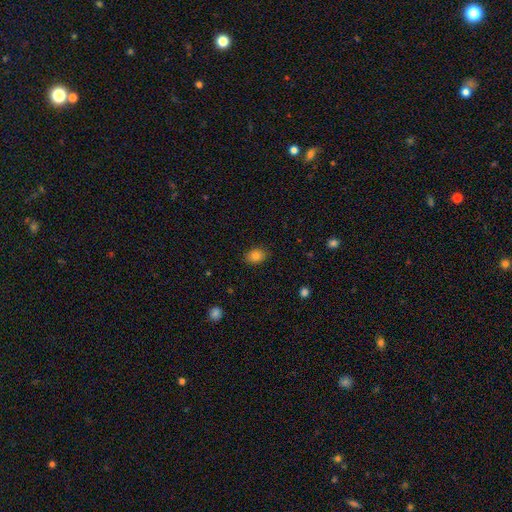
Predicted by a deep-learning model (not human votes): Smooth or featured? Predicted: smooth (p=0.84). How rounded? Predicted: in between (p=0.64). Merging? Predicted: none (p=0.86).